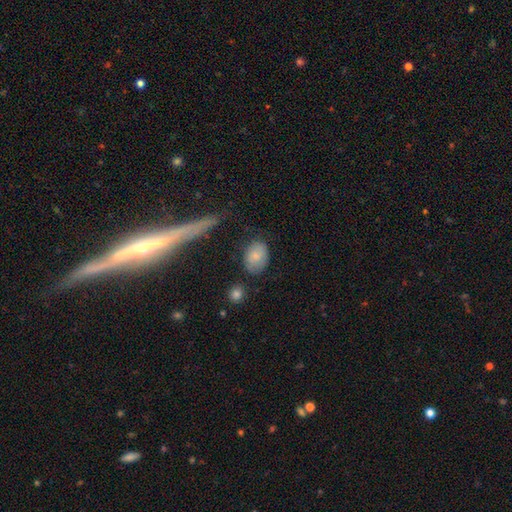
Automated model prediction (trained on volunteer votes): The model was most divided on "how rounded": in between: 76%, round: 22%, cigar-shaped: 1%. More confident: smooth or featured — smooth (78%); merging — none (73%).